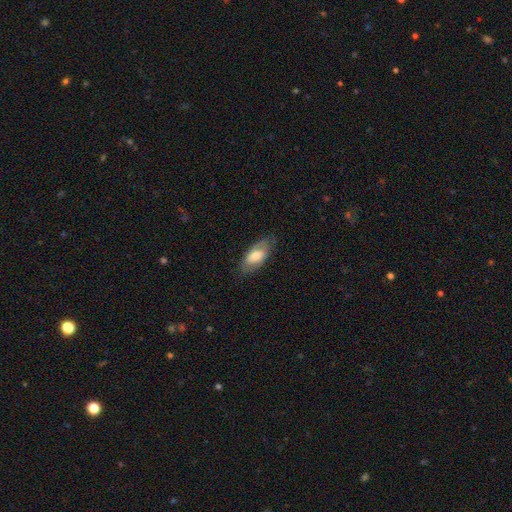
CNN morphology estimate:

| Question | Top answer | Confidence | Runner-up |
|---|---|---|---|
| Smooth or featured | smooth | 57% | featured or disk (37%) |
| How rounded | in between | 90% | cigar-shaped (6%) |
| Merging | none | 75% | minor disturbance (19%) |